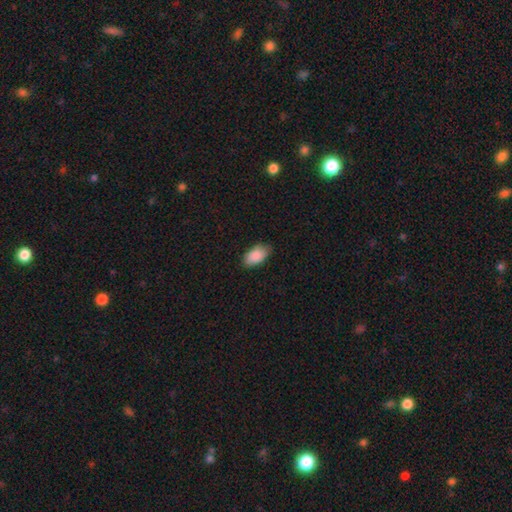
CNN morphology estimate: smooth 90%, star or artifact 6%, featured or disk 4%. Down the decision tree: how rounded — in between (94%); merging — none (82%).